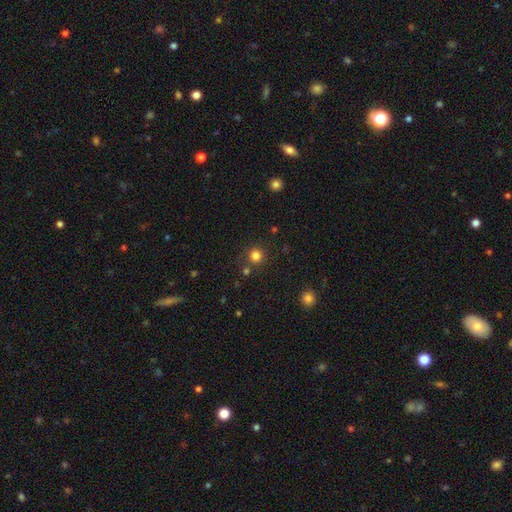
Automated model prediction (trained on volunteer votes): smooth_or_featured: smooth (p=0.81) [alt: star or artifact p=0.14]
how_rounded: round (p=0.92) [alt: in between p=0.07]
merging: none (p=0.82) [alt: minor disturbance p=0.08]